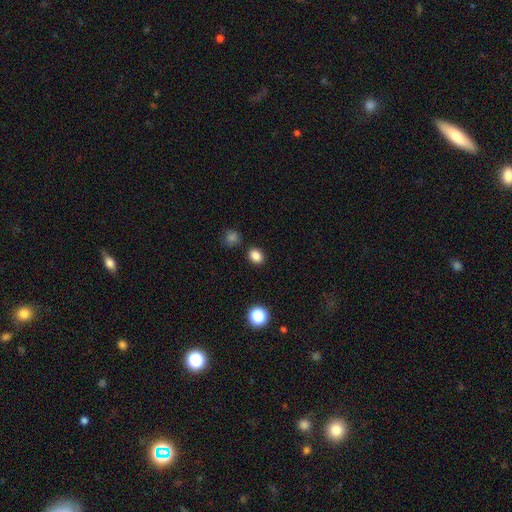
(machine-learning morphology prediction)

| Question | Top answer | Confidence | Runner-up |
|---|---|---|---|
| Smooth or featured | smooth | 84% | star or artifact (12%) |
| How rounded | in between | 54% | round (45%) |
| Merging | none | 85% | minor disturbance (8%) |